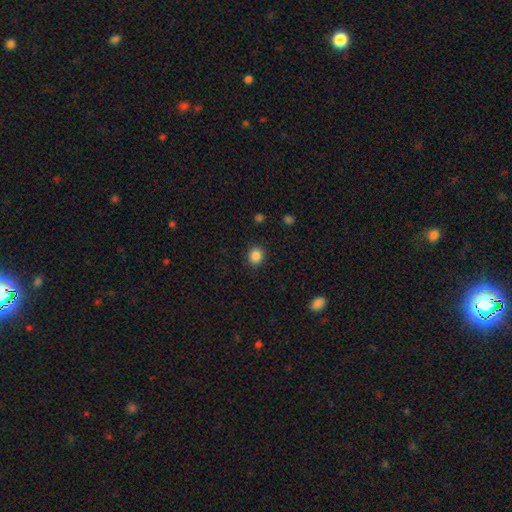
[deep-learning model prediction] smooth_or_featured: smooth (p=0.86) [alt: star or artifact p=0.10]
how_rounded: round (p=0.75) [alt: in between p=0.24]
merging: none (p=0.90) [alt: minor disturbance p=0.07]